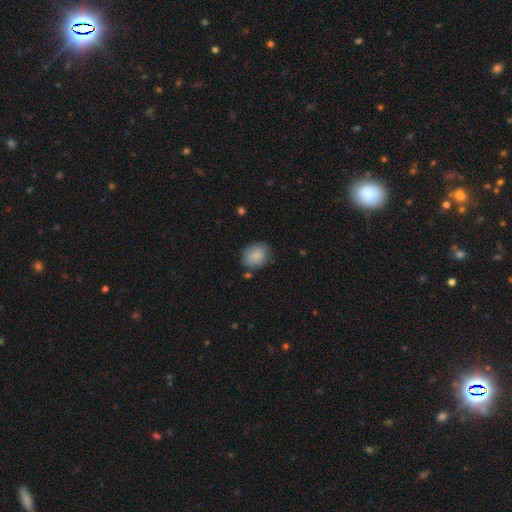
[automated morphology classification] smooth-or-featured: smooth: 87% | star or artifact: 7% | featured or disk: 6%
  how-rounded: in between: 53% | round: 46% | cigar-shaped: 1%
  merging: none: 75% | minor disturbance: 18% | major disturbance: 4% | merger: 4%